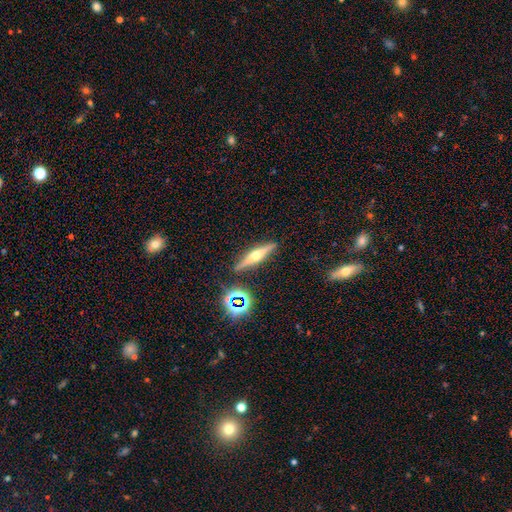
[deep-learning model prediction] Smooth or featured: featured or disk — 66% (smooth — 23%)
Edge-on disk: yes — 96% (no — 4%)
Edge-on bulge: rounded — 94% (boxy — 3%)
Merging: none — 88% (minor disturbance — 8%)